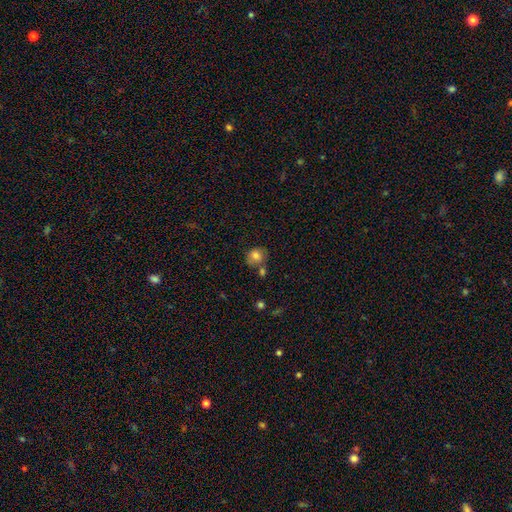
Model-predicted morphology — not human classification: Smooth or featured? smooth (79%)
How rounded? round (79%)
Merging? none (57%)